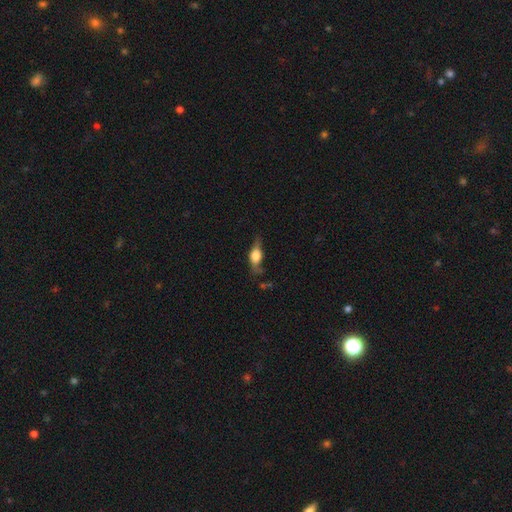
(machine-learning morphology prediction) type=featured or disk (48%); merging=none (58%).